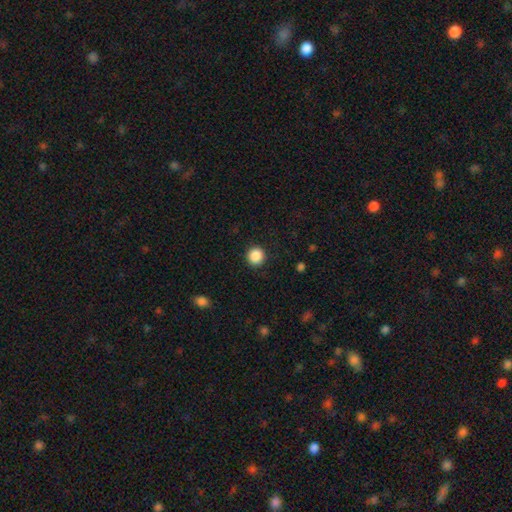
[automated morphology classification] Q: Smooth or featured?
A: smooth (88%); runner-up: star or artifact (10%)
Q: How rounded?
A: round (94%); runner-up: in between (6%)
Q: Merging?
A: none (92%); runner-up: minor disturbance (5%)